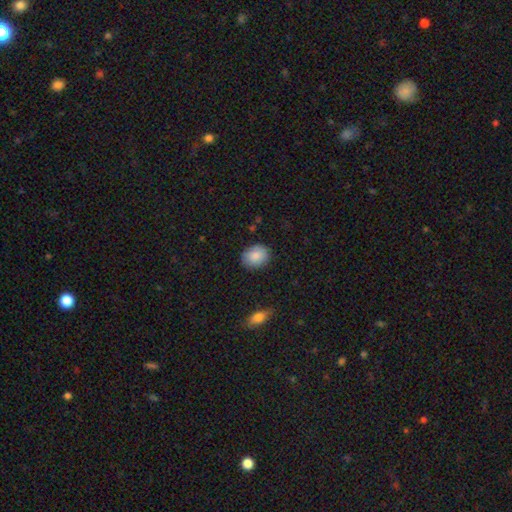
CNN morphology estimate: A smooth galaxy with no disk features (87%) that is in between round and cigar-shaped (51%). Merging: none (84%).